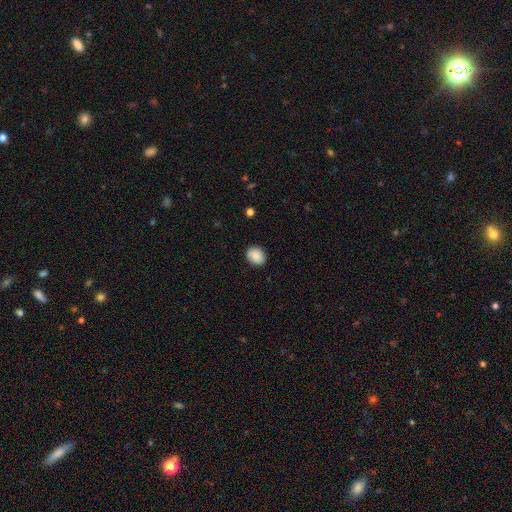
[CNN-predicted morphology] The model was most divided on "how rounded": in between: 50%, round: 49%, cigar-shaped: 1%. More confident: smooth or featured — smooth (86%); merging — none (86%).